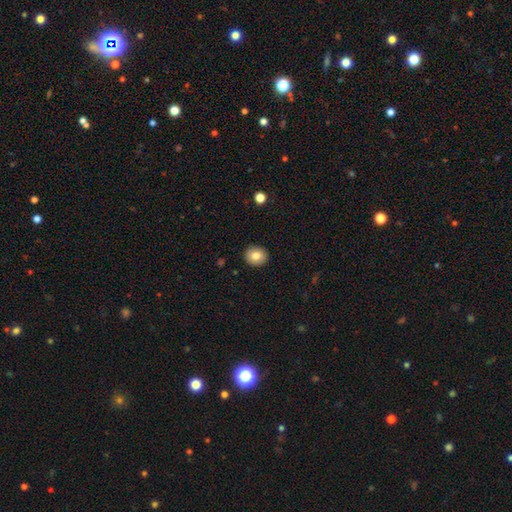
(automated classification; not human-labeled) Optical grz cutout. It shows a smooth galaxy with no disk features (81%) that is round (82%). Merging: none (92%).